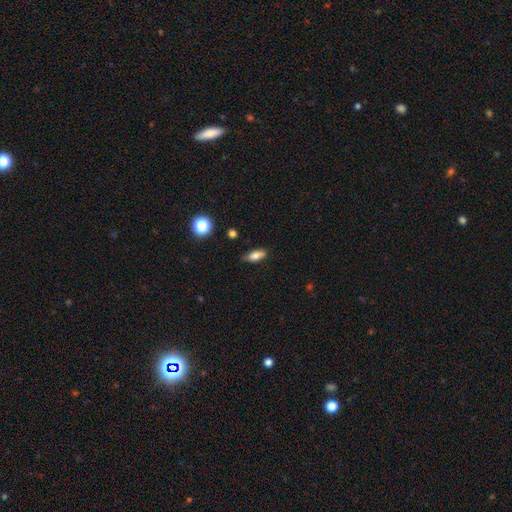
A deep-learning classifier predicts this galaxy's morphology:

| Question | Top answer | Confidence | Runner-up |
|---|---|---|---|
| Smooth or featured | smooth | 79% | featured or disk (12%) |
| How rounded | in between | 77% | cigar-shaped (18%) |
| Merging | none | 81% | minor disturbance (15%) |